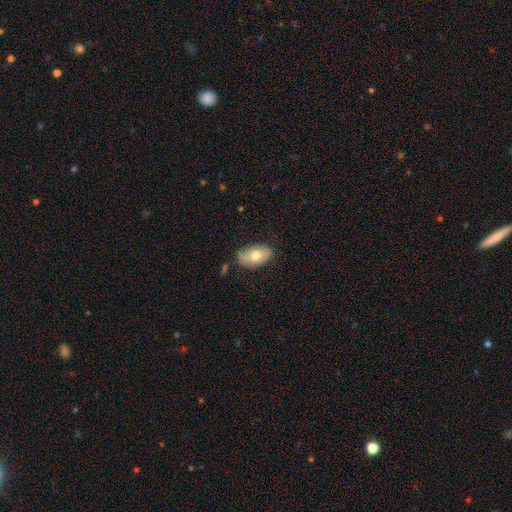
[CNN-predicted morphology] Smooth or featured?
  - smooth: 71% *
  - featured or disk: 22%
  - star or artifact: 7%
How rounded?
  - in between: 92% *
  - round: 6%
  - cigar-shaped: 2%
Merging?
  - none: 77% *
  - minor disturbance: 18%
  - major disturbance: 3%
  - merger: 2%